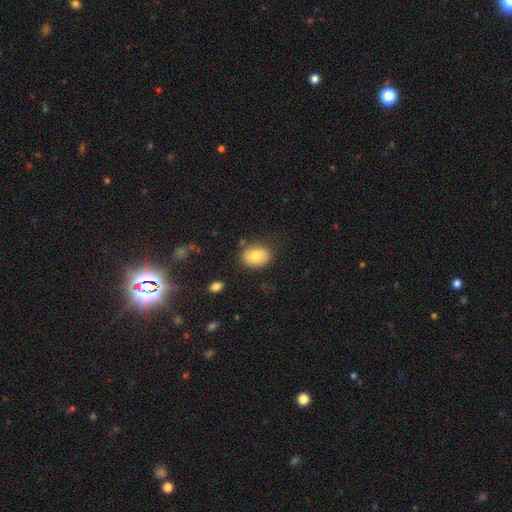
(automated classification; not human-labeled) A smooth galaxy with no disk features (79%) that is in between round and cigar-shaped (61%).

Vote fractions:
- Smooth or featured? smooth: 79% / featured or disk: 13% / star or artifact: 8%
- How rounded? in between: 61% / round: 38% / cigar-shaped: 1%
- Merging? none: 80% / minor disturbance: 14% / major disturbance: 3% / merger: 3%